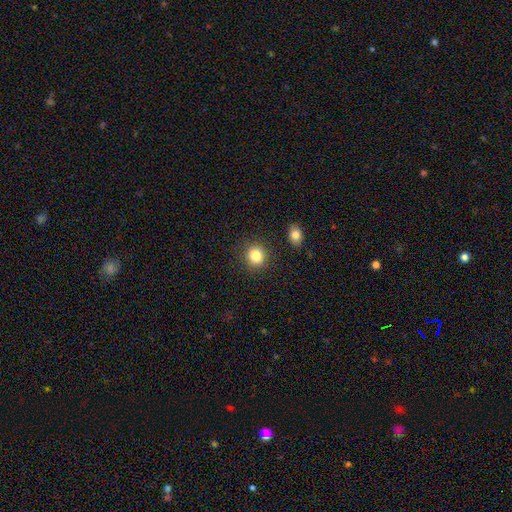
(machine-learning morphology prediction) The model was most divided on "how rounded": round: 81%, in between: 18%, cigar-shaped: 1%. More confident: merging — none (86%); smooth or featured — smooth (85%).